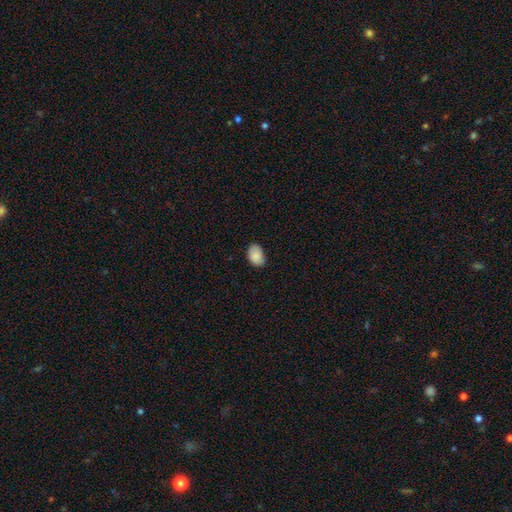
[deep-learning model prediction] This is clearly a smooth galaxy (86%). How rounded: clearly in between (84%). Merging: likely none (77%).